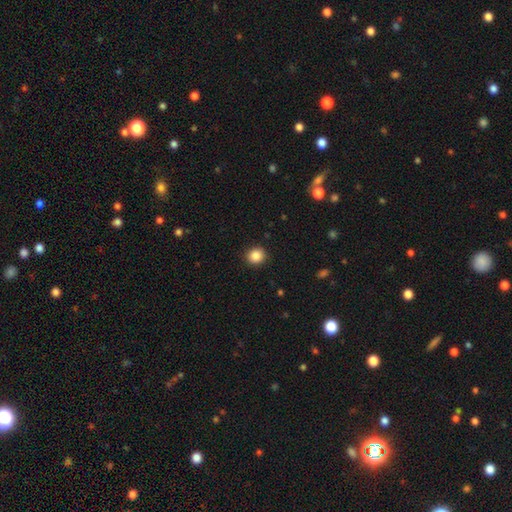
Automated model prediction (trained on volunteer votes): The model was most divided on "smooth or featured": smooth: 87%, star or artifact: 10%, featured or disk: 3%. More confident: merging — none (91%); how rounded — round (89%).